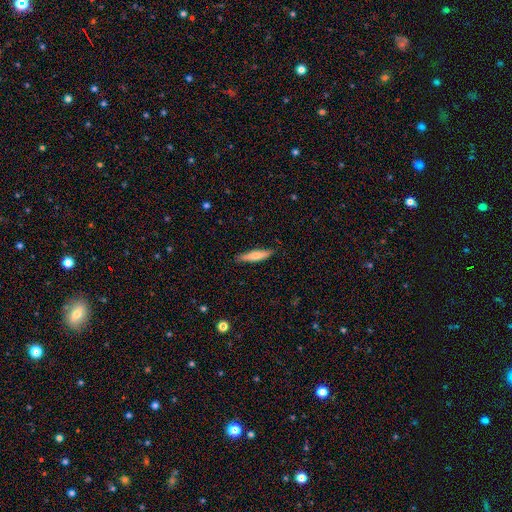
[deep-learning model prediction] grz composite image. It shows a smooth galaxy with no disk features (65%) that is cigar-shaped (83%). Merging: none (87%).